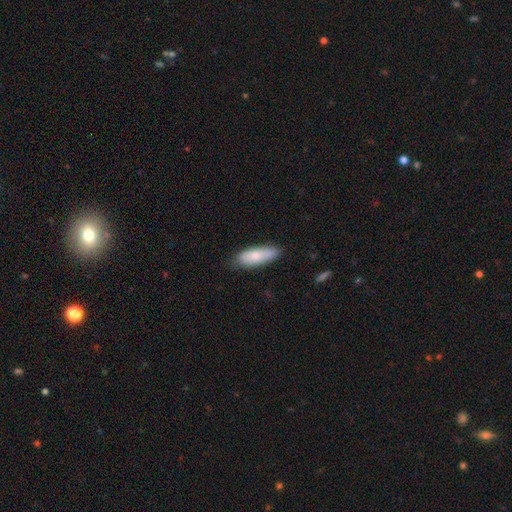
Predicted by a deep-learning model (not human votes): This is likely a smooth galaxy (77%). How rounded: likely in between (64%). Merging: likely none (79%).